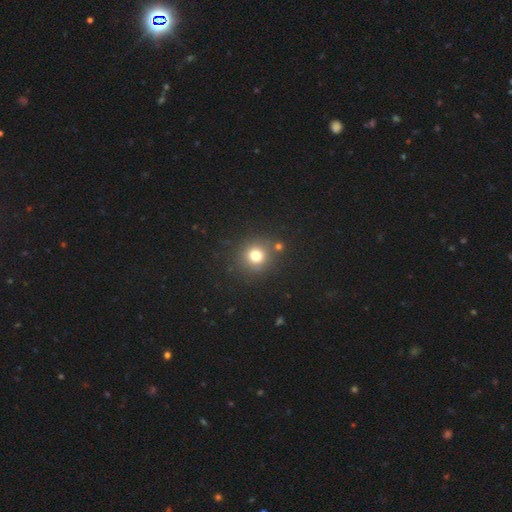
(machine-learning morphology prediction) smooth 75%, star or artifact 17%, featured or disk 8%. Down the decision tree: how rounded — round (90%); merging — none (81%).